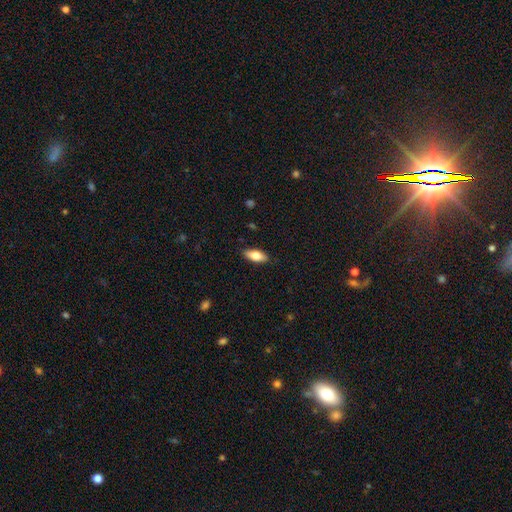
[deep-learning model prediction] Smooth or featured?
  - smooth: 76% *
  - featured or disk: 18%
  - star or artifact: 6%
How rounded?
  - in between: 80% *
  - cigar-shaped: 17%
  - round: 2%
Merging?
  - none: 88% *
  - minor disturbance: 9%
  - major disturbance: 2%
  - merger: 1%